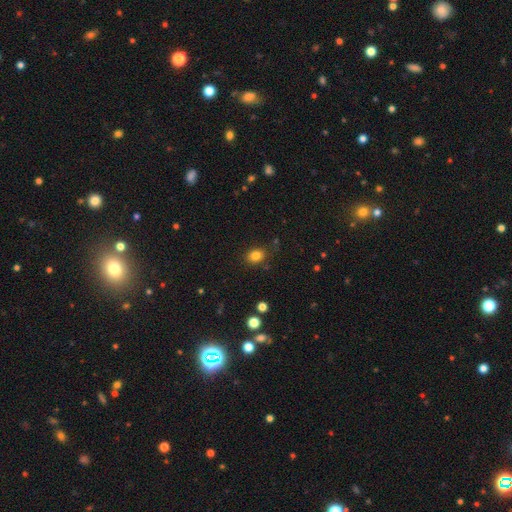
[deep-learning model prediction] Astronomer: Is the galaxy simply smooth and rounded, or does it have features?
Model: smooth — 82%.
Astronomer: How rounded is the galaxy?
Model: in between — 52% (runner-up: round, 48%).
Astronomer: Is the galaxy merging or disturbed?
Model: none — 81%.